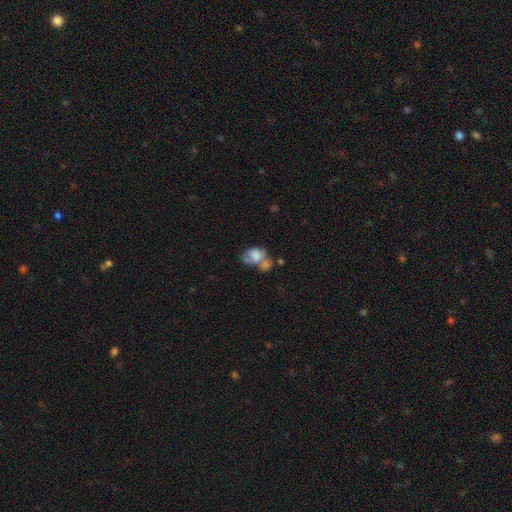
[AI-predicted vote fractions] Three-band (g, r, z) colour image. It shows a smooth galaxy with no disk features (68%) that is in between round and cigar-shaped (76%). Merging: merger (58%).